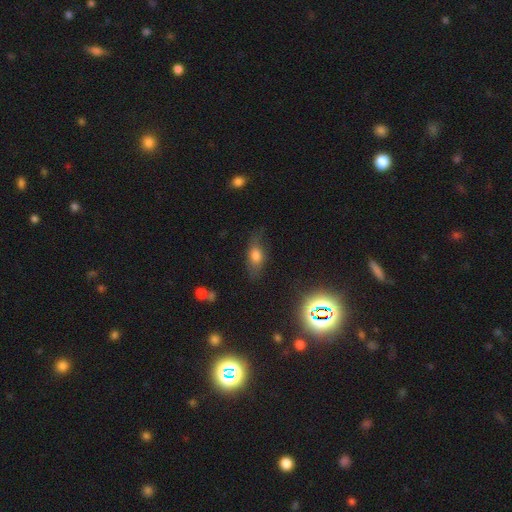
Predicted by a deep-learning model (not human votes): Smooth or featured?
  - smooth: 66% *
  - featured or disk: 21%
  - star or artifact: 13%
How rounded?
  - in between: 76% *
  - cigar-shaped: 16%
  - round: 7%
Merging?
  - none: 68% *
  - minor disturbance: 22%
  - major disturbance: 8%
  - merger: 2%